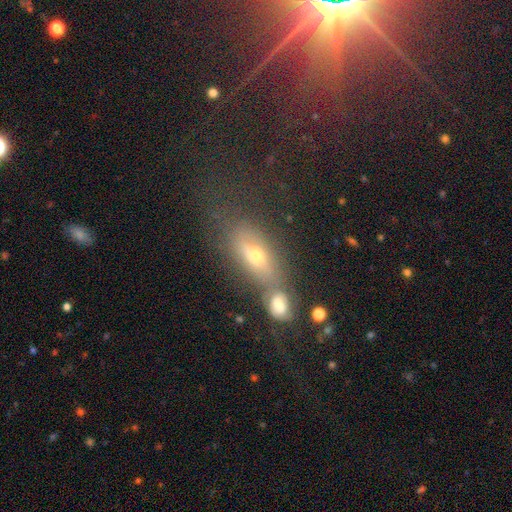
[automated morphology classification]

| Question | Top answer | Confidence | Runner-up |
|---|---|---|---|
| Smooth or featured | smooth | 55% | featured or disk (27%) |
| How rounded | in between | 71% | cigar-shaped (16%) |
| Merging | merger | 42% | none (36%) |